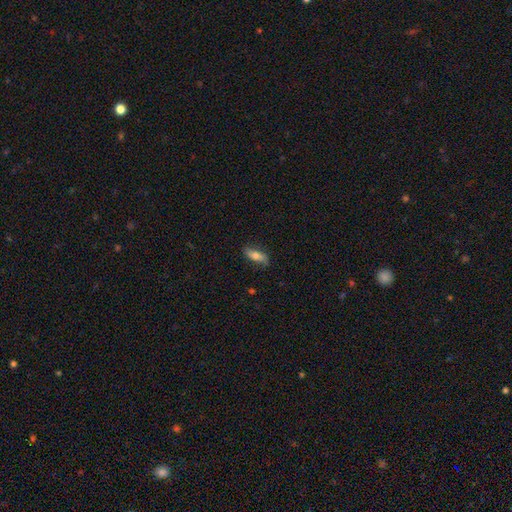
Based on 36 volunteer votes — smooth-or-featured: smooth: 58% | featured or disk: 42% | star or artifact: 0%
  how-rounded: in between: 67% | cigar-shaped: 33% | round: 0%
  merging: none: 67% | minor disturbance: 28% | major disturbance: 6% | merger: 0%